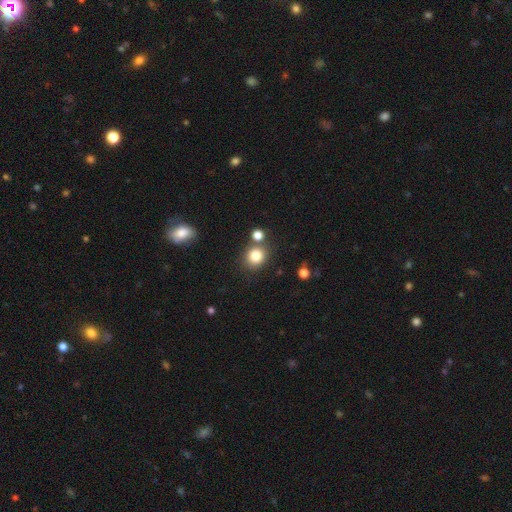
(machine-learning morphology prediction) Overall: smooth (82%). How rounded: round (80%). Merging: none (73%).